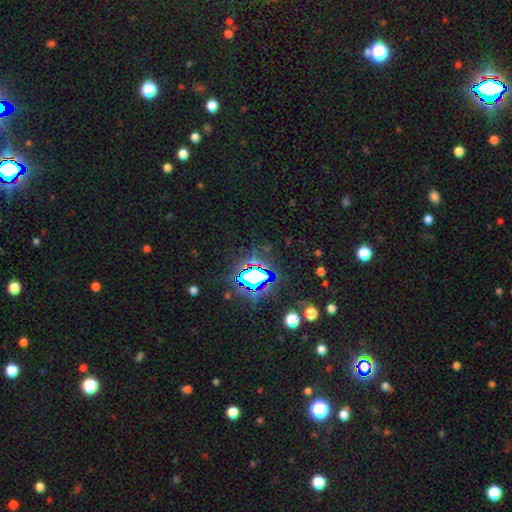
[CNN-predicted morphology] Overall: star or artifact (84%).